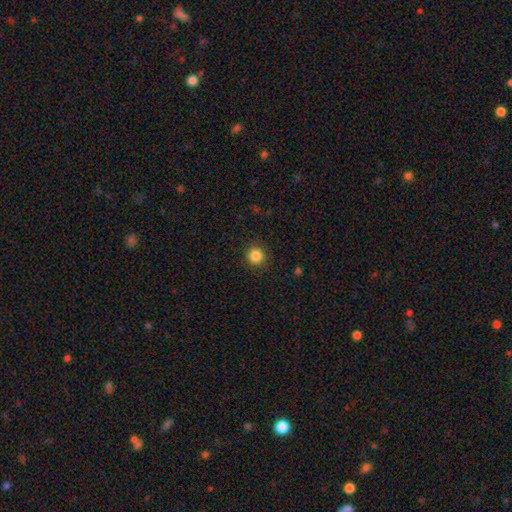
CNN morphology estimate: A smooth galaxy with no disk features (85%) that is round (94%). Merging: none (91%).